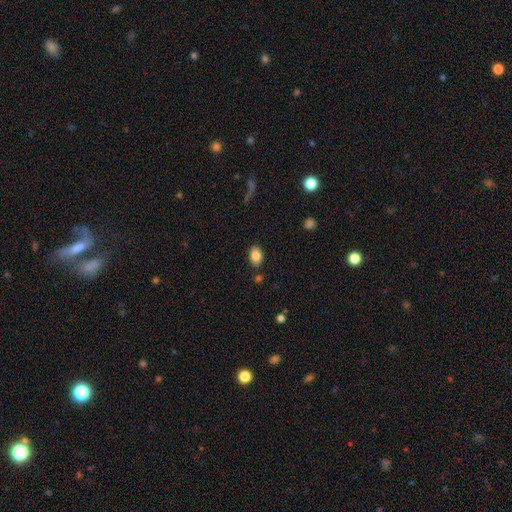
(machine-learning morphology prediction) A smooth galaxy with no disk features (84%) that is in between round and cigar-shaped (81%). Merging: none (85%).